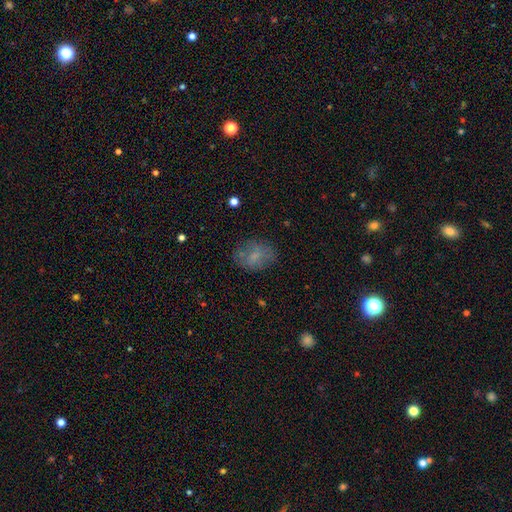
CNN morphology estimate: Smooth or featured? Predicted: smooth (p=0.67). How rounded? Predicted: in between (p=0.66). Merging? Predicted: none (p=0.68).